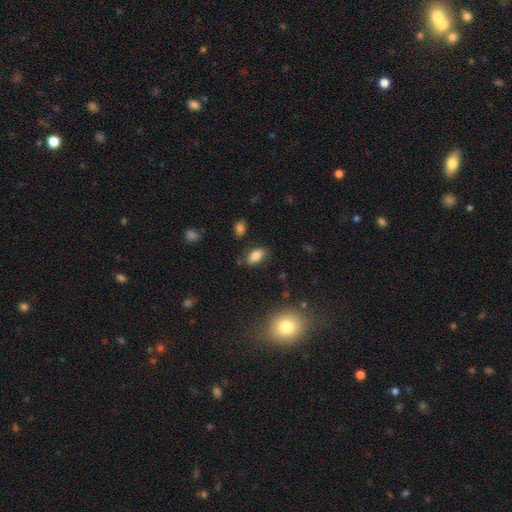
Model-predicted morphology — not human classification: smooth_or_featured: smooth (p=0.81) [alt: featured or disk p=0.10]
how_rounded: in between (p=0.91) [alt: round p=0.06]
merging: none (p=0.79) [alt: minor disturbance p=0.15]